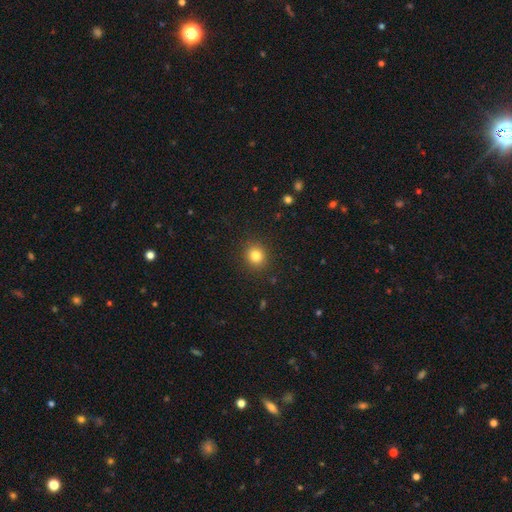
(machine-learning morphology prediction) smooth 82%, star or artifact 12%, featured or disk 6%. Down the decision tree: how rounded — round (86%); merging — none (90%).